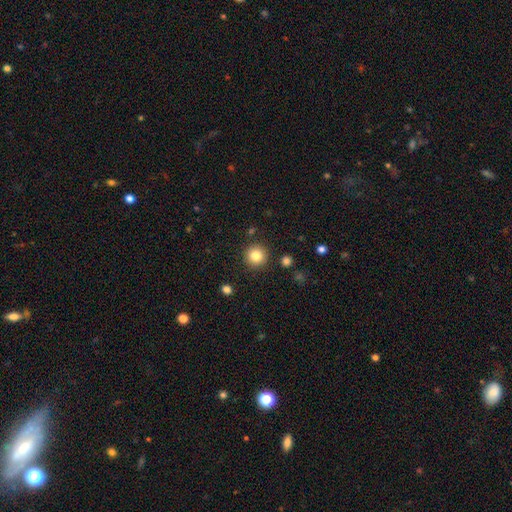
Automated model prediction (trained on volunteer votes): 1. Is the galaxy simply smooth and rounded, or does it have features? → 84% smooth, 11% star or artifact, 6% featured or disk.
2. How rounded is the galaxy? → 95% round, 4% in between, 1% cigar-shaped.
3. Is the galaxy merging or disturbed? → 90% none, 6% minor disturbance, 2% major disturbance, 2% merger.